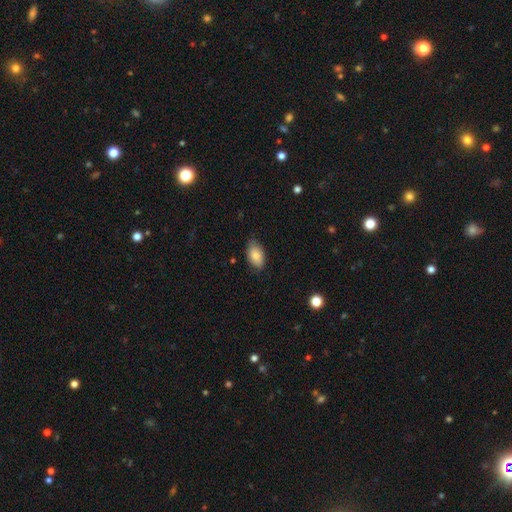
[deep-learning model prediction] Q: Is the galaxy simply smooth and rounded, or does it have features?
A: smooth — 85%.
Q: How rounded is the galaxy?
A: in between — 93%.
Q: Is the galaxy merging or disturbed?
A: none — 80%.